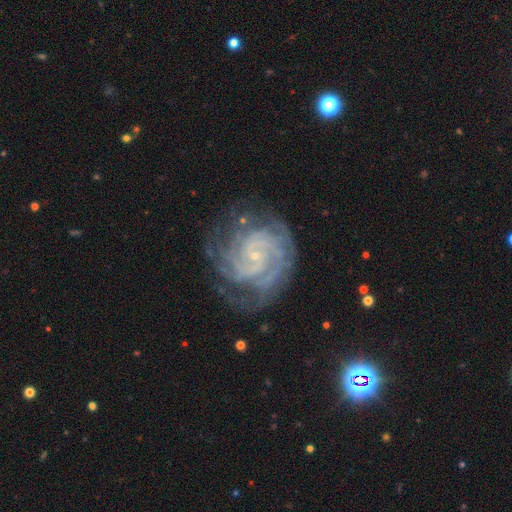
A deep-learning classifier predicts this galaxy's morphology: This appears to be a featured or disk galaxy (89%) with no bar (69%), 4 (22%) tight (76%) spiral arms (98%) and a small central bulge (88%). Merging: none (72%).